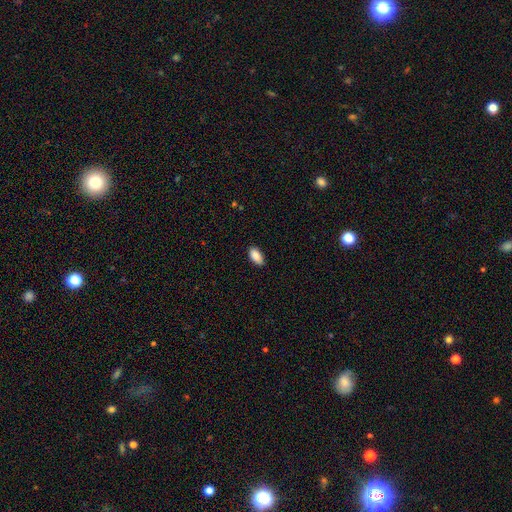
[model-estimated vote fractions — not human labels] Smooth or featured? smooth (89%)
How rounded? in between (92%)
Merging? none (86%)